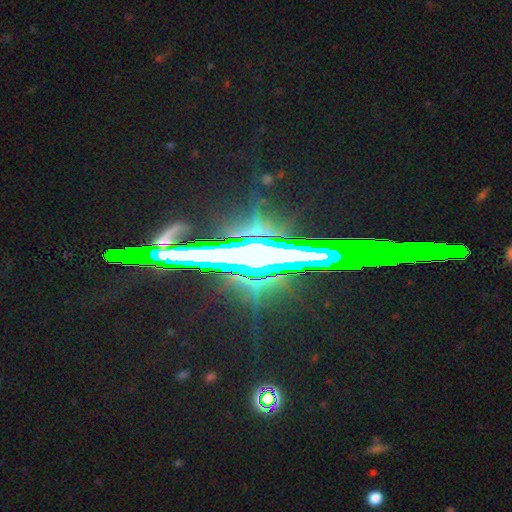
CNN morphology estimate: This is likely a star or artifact rather than a galaxy (76%).